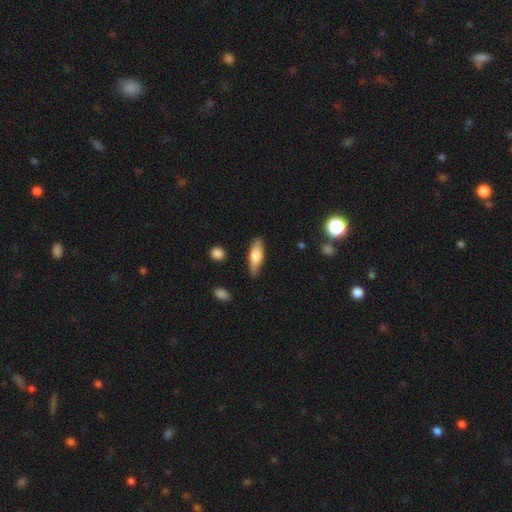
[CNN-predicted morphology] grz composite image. It shows a smooth galaxy with no disk features (67%) that is in between round and cigar-shaped (52%). Merging: none (84%).